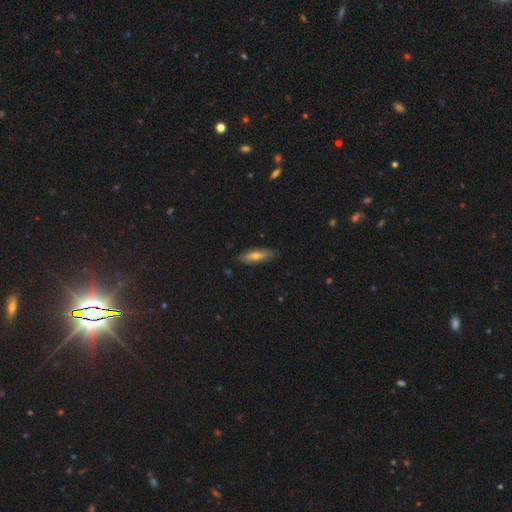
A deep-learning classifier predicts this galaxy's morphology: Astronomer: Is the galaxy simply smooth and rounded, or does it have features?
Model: smooth — 51% (runner-up: featured or disk, 41%).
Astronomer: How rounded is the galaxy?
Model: cigar-shaped — 60% (runner-up: in between, 37%).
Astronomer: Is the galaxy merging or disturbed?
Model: none — 87%.